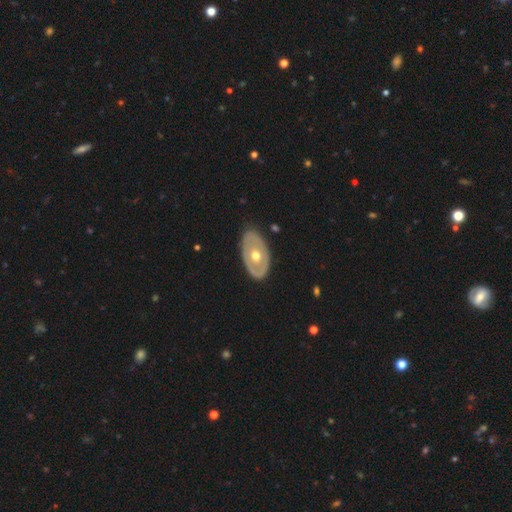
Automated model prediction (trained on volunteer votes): Smooth or featured? Predicted: featured or disk (p=0.59). Edge-on disk? Predicted: no (p=0.88). Bar? Predicted: no (p=0.93). Spiral arms? Predicted: no (p=0.91). Bulge size? Predicted: moderate (p=0.80). Merging? Predicted: none (p=0.82).